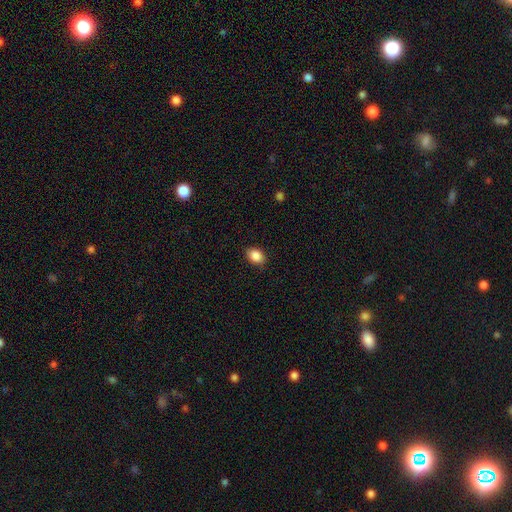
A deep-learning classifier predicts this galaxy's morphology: The model was most divided on "how rounded": in between: 70%, round: 29%, cigar-shaped: 1%. More confident: smooth or featured — smooth (88%); merging — none (87%).